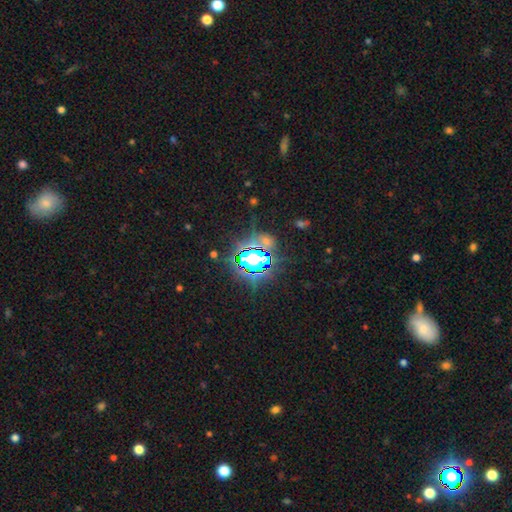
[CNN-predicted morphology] Q: Smooth or featured?
A: star or artifact (78%); runner-up: smooth (13%)